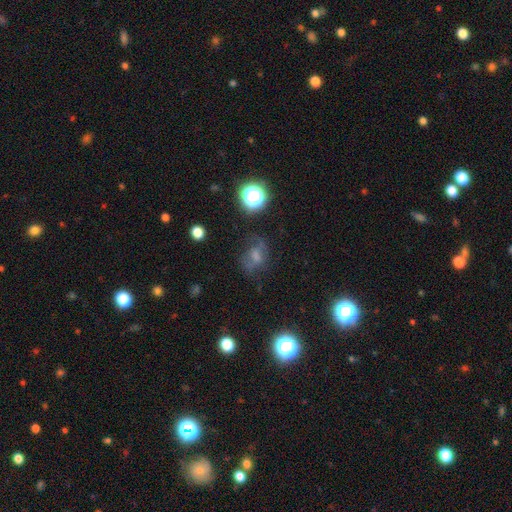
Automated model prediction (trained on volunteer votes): Smooth or featured? smooth (36%)
Merging? none (63%)